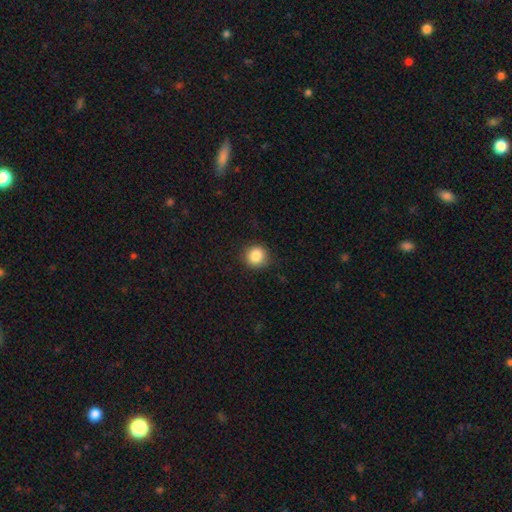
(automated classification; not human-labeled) Overall: smooth (86%). How rounded: round (91%). Merging: none (89%).